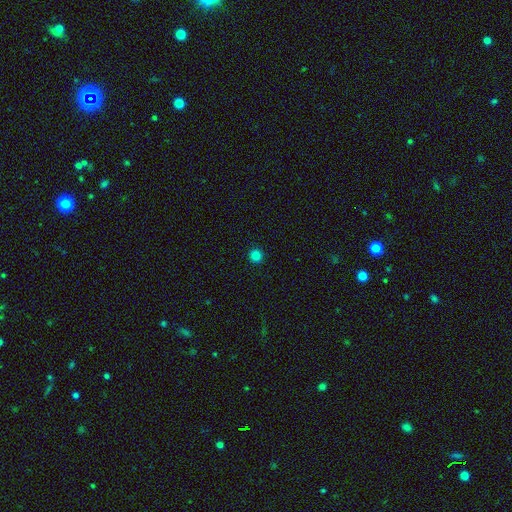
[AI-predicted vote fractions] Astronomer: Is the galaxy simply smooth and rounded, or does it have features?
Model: smooth — 83%.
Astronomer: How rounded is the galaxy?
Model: round — 96%.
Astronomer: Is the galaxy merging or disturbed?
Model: none — 94%.